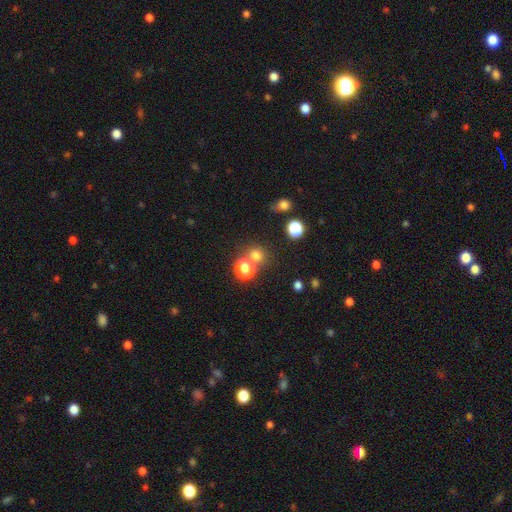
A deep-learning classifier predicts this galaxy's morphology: This is likely a smooth galaxy (70%). How rounded: likely round (78%). Merging: likely none (65%).